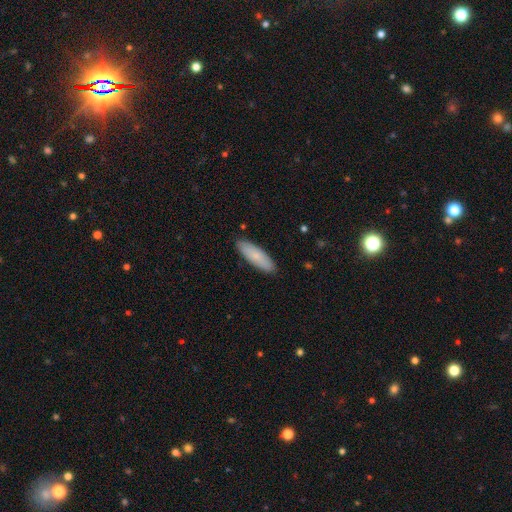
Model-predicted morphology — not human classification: This is likely a smooth galaxy (80%). How rounded: possibly cigar-shaped (51%). Merging: clearly none (89%).